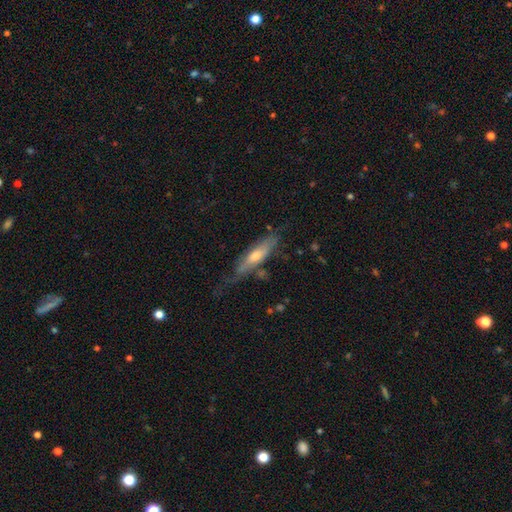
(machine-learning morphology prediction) smooth_or_featured: featured or disk (p=0.55) [alt: smooth p=0.39]
disk_edge_on: yes (p=0.66) [alt: no p=0.34]
merging: none (p=0.53) [alt: minor disturbance p=0.29]